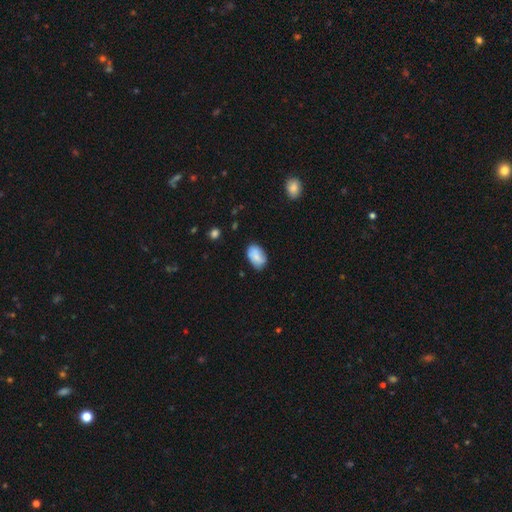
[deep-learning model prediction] Smooth or featured? Predicted: smooth (p=0.79). How rounded? Predicted: in between (p=0.89). Merging? Predicted: none (p=0.71).